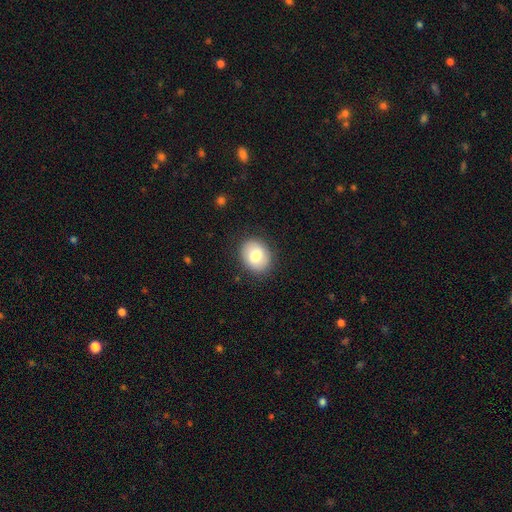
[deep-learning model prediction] smooth-or-featured: smooth: 78% | featured or disk: 15% | star or artifact: 7%
  how-rounded: round: 52% | in between: 47% | cigar-shaped: 1%
  merging: none: 87% | minor disturbance: 10% | major disturbance: 3% | merger: 1%